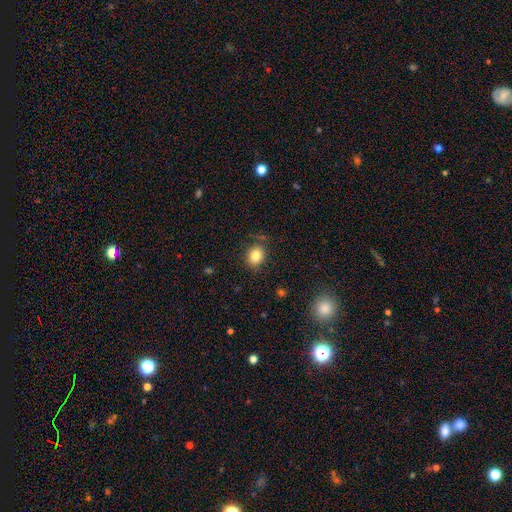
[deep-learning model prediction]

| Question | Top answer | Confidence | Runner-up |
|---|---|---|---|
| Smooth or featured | smooth | 82% | star or artifact (11%) |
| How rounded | round | 58% | in between (41%) |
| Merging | none | 83% | minor disturbance (12%) |